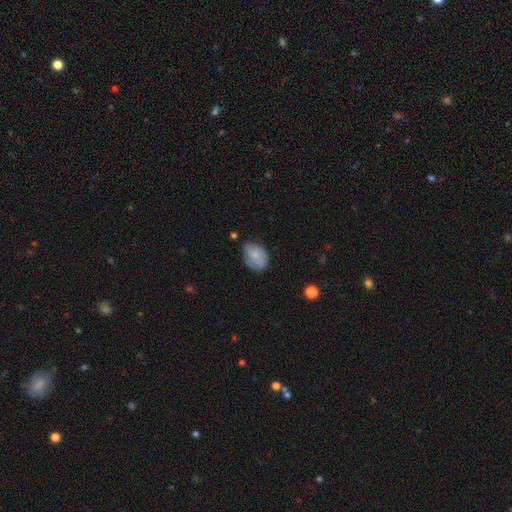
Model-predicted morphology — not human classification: smooth 77%, featured or disk 16%, star or artifact 8%. Down the decision tree: how rounded — in between (80%); merging — none (62%).